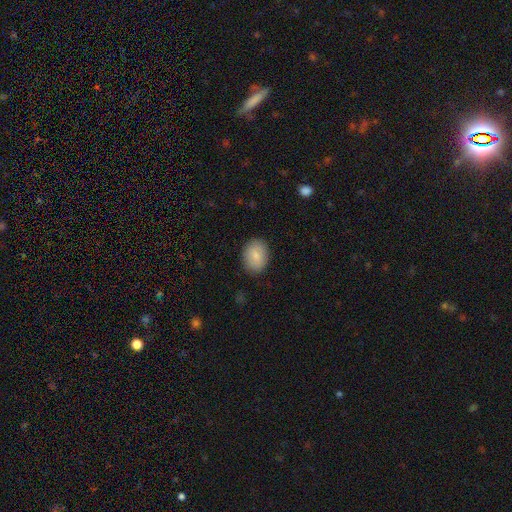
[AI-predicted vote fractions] Smooth or featured: smooth — 81% (featured or disk — 12%)
How rounded: in between — 67% (round — 32%)
Merging: none — 87% (minor disturbance — 10%)